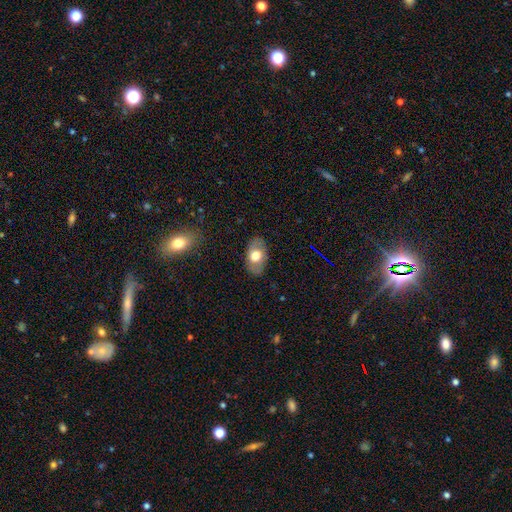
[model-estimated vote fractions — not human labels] This appears to be a smooth galaxy with no disk features (61%) that is in between round and cigar-shaped (91%). Merging: none (83%).